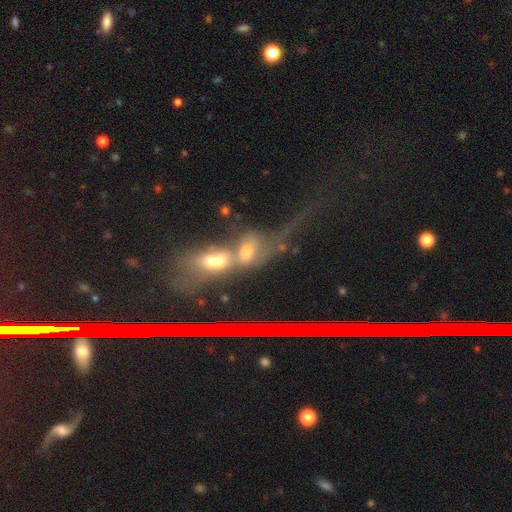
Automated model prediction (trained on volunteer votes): smooth-or-featured: star or artifact: 43% | featured or disk: 29% | smooth: 29%